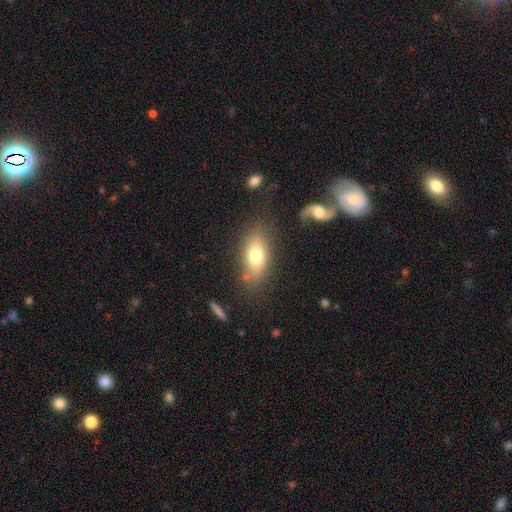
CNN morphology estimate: smooth_or_featured: smooth (p=0.72) [alt: featured or disk p=0.19]
how_rounded: in between (p=0.84) [alt: cigar-shaped p=0.08]
merging: none (p=0.74) [alt: minor disturbance p=0.15]